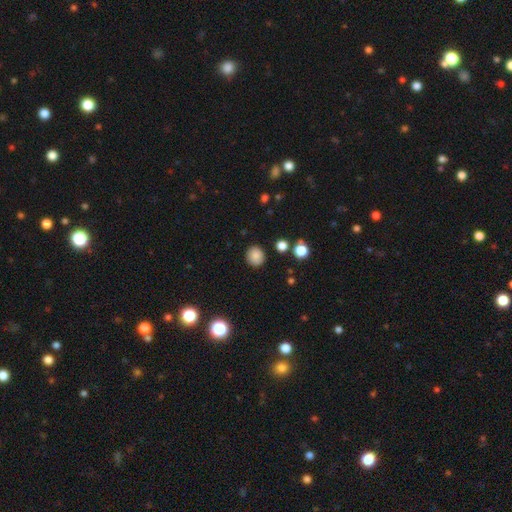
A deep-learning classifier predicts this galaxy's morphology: Smooth or featured? smooth (85%)
How rounded? round (89%)
Merging? none (89%)